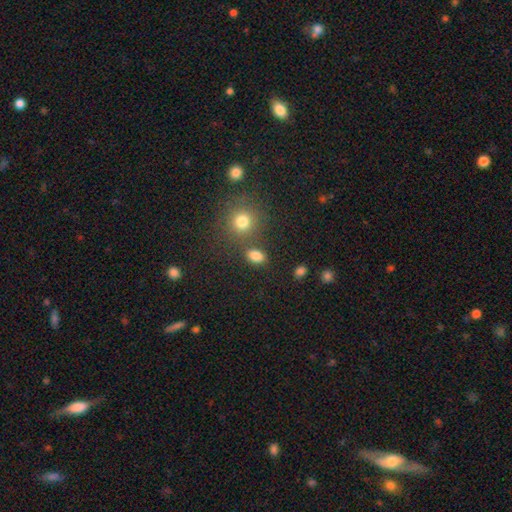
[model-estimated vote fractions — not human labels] A smooth galaxy with no disk features (82%) that is in between round and cigar-shaped (77%). Merging: none (76%).